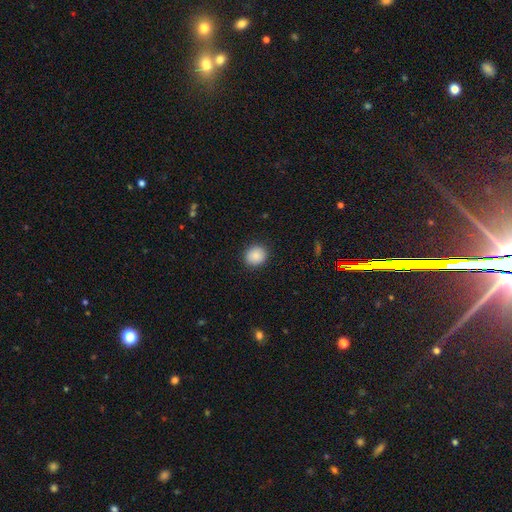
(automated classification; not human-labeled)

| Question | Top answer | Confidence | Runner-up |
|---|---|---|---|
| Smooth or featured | smooth | 86% | star or artifact (9%) |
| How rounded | round | 77% | in between (23%) |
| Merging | none | 90% | minor disturbance (7%) |